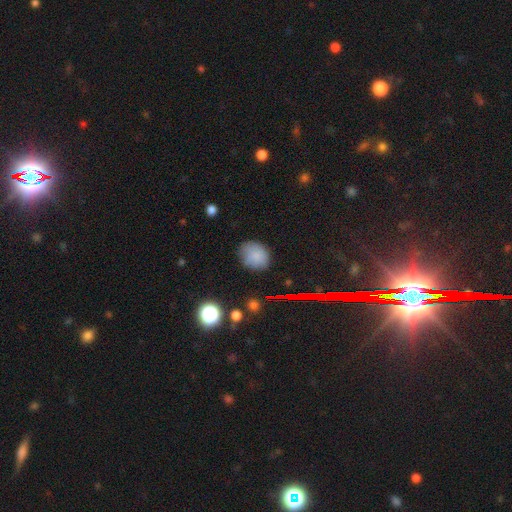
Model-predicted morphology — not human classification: This appears to be a smooth galaxy with no disk features (79%) that is round (54%). Merging: none (73%).